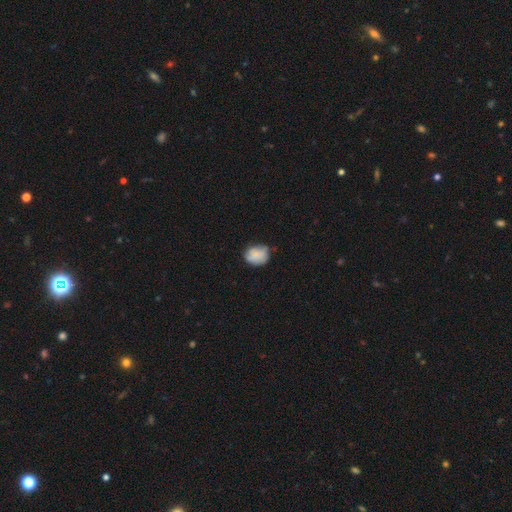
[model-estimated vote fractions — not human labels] smooth 80%, featured or disk 12%, star or artifact 9%. Down the decision tree: how rounded — round (52%); merging — none (61%).